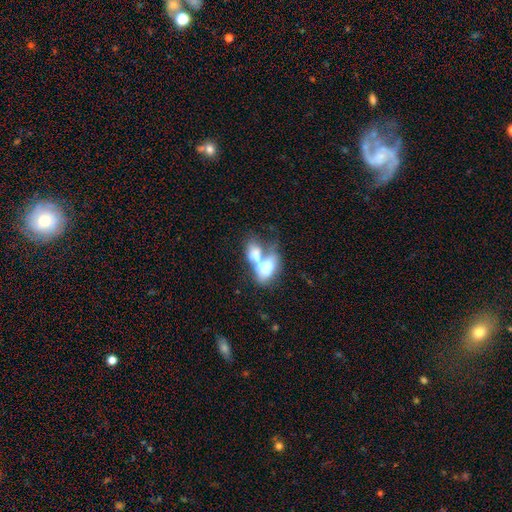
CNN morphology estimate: Smooth or featured?
  - smooth: 59% *
  - featured or disk: 33%
  - star or artifact: 8%
How rounded?
  - in between: 82% *
  - round: 14%
  - cigar-shaped: 4%
Merging?
  - merger: 78% *
  - none: 9%
  - major disturbance: 8%
  - minor disturbance: 5%